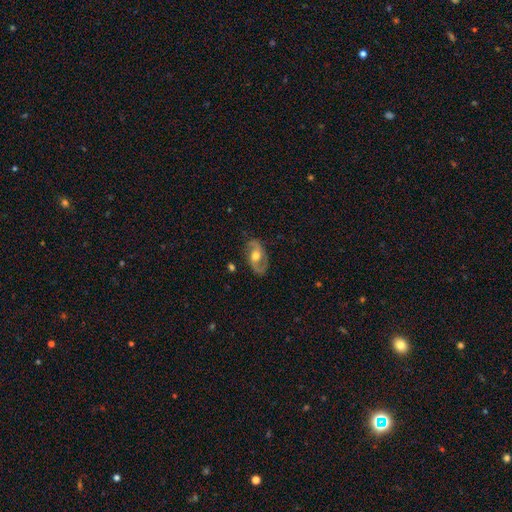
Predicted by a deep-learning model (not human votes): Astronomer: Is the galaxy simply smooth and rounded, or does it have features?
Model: featured or disk — 79%.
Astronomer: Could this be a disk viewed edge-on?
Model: no — 95%.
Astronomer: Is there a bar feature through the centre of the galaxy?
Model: no — 53% (runner-up: weak, 36%).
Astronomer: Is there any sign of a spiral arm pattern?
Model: yes — 89%.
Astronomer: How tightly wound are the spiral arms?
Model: medium — 47% (runner-up: loose, 35%).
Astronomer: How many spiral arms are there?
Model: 2 — 90%.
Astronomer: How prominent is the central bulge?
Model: moderate — 73%.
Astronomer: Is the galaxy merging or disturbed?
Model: none — 80%.